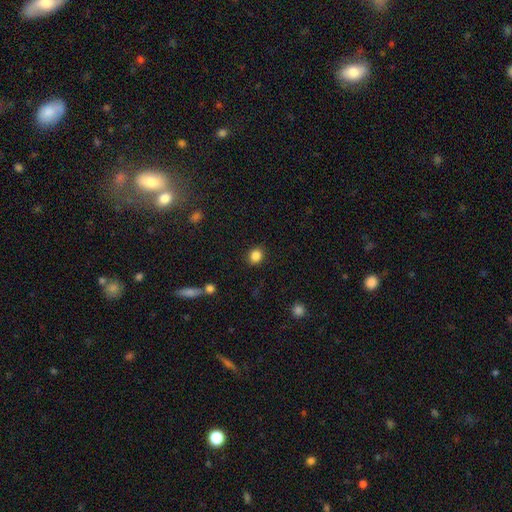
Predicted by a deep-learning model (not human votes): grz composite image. It shows a smooth galaxy with no disk features (86%) that is round (65%). Merging: none (87%).